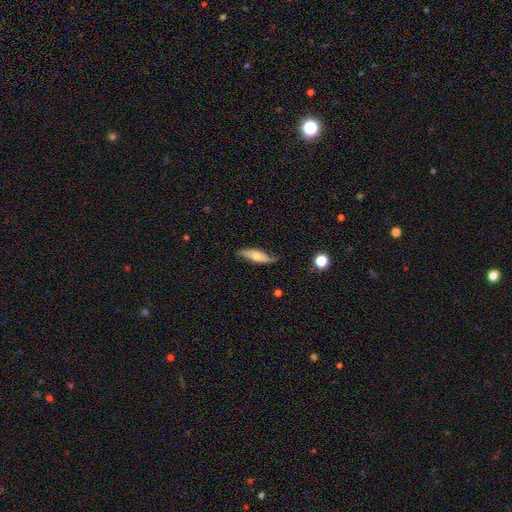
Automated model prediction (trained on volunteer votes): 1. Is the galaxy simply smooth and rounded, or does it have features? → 47% featured or disk, 46% smooth, 7% star or artifact.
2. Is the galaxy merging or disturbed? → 73% none, 21% minor disturbance, 4% major disturbance, 1% merger.